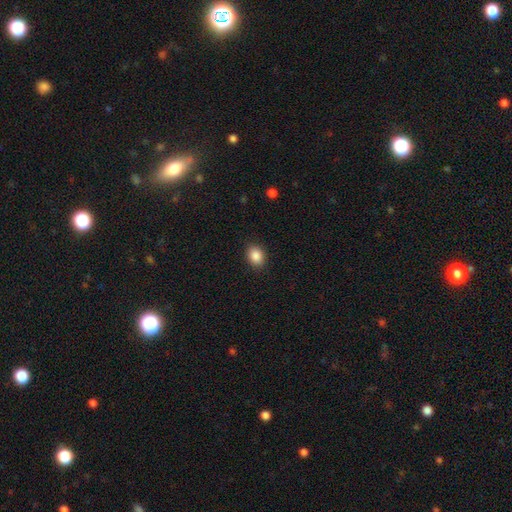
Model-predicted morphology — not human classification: This appears to be a smooth galaxy with no disk features (88%) that is in between round and cigar-shaped (63%). Merging: none (88%).